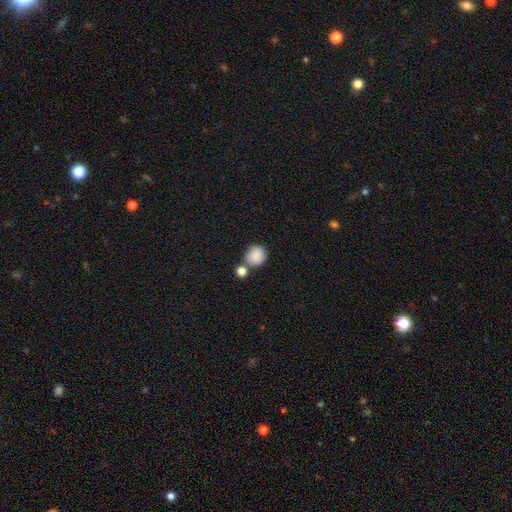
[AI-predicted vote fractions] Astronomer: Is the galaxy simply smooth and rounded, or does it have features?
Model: smooth — 87%.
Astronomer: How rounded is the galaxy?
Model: round — 85%.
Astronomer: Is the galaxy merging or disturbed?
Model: none — 60%.